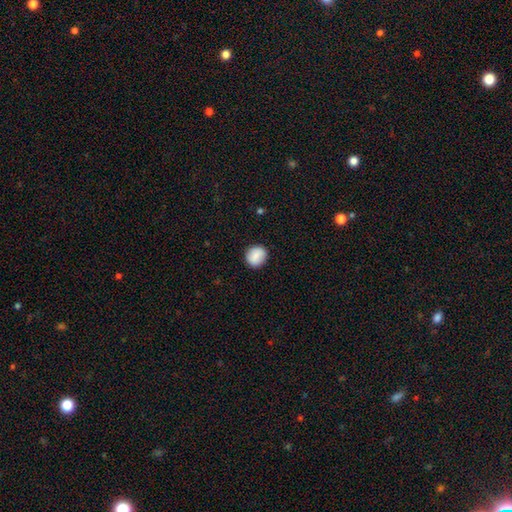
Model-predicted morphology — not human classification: The model was most divided on "how rounded": round: 83%, in between: 16%, cigar-shaped: 1%. More confident: merging — none (88%); smooth or featured — smooth (86%).